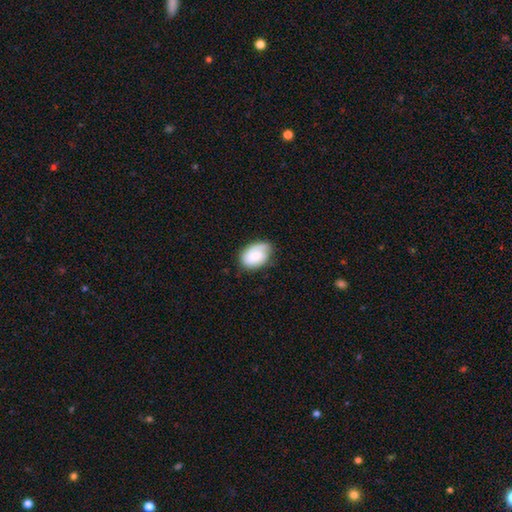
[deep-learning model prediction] Overall: smooth (61%; featured or disk 32%). How rounded: in between (82%). Merging: none (63%; minor disturbance 27%).